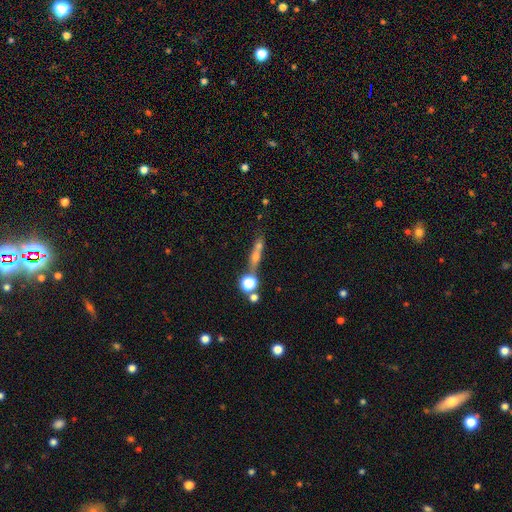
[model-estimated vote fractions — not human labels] Smooth or featured: smooth — 37% (featured or disk — 33%)
Merging: none — 54% (merger — 23%)